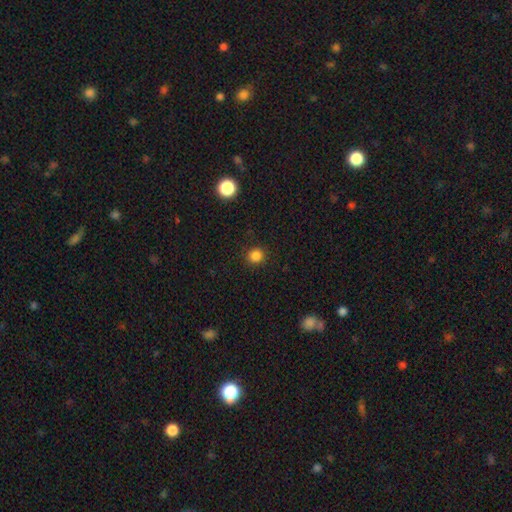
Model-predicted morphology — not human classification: smooth 84%, star or artifact 13%, featured or disk 3%. Down the decision tree: how rounded — round (89%); merging — none (90%).